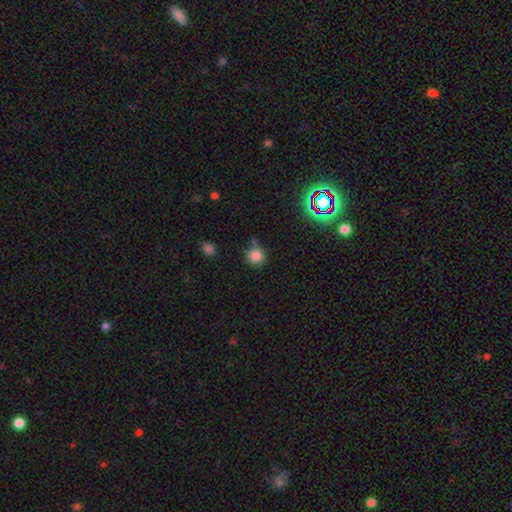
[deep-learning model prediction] smooth 82%, star or artifact 12%, featured or disk 5%. Down the decision tree: how rounded — round (92%); merging — none (72%).